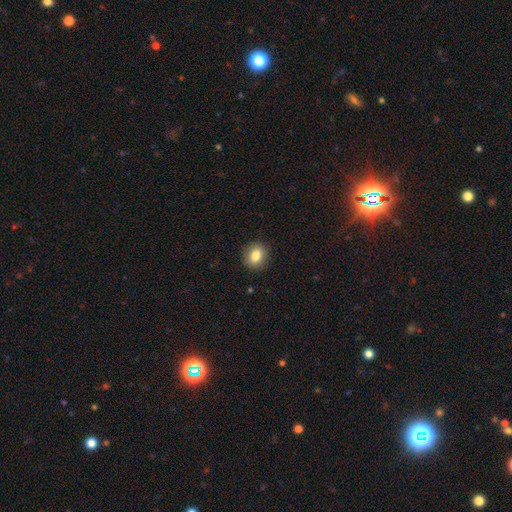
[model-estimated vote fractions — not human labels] This appears to be a smooth galaxy with no disk features (83%) that is round (62%). Merging: none (90%).